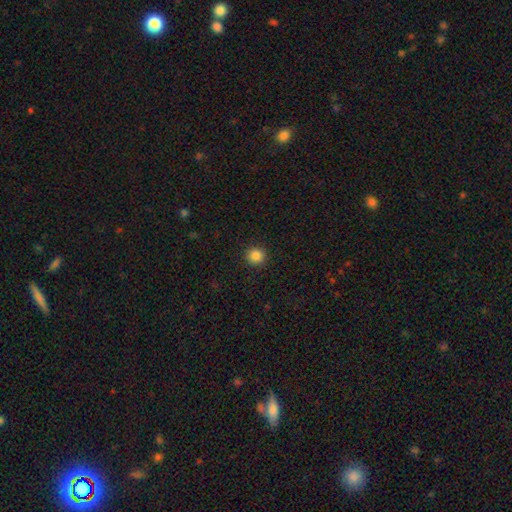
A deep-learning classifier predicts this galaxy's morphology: A smooth galaxy with no disk features (86%) that is round (94%).

Vote fractions:
- Smooth or featured? smooth: 86% / star or artifact: 11% / featured or disk: 3%
- How rounded? round: 94% / in between: 5% / cigar-shaped: 1%
- Merging? none: 92% / minor disturbance: 5% / major disturbance: 2% / merger: 1%